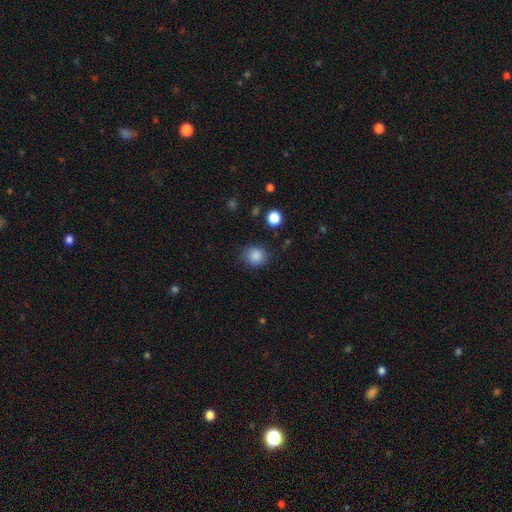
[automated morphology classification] Overall: smooth (86%). How rounded: round (79%). Merging: none (80%).